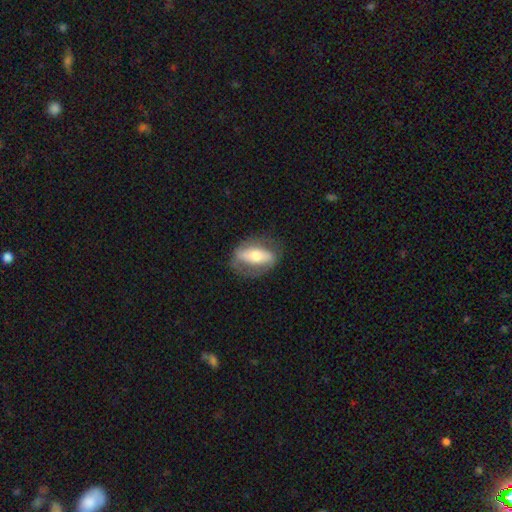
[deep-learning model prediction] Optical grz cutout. It shows a featured or disk galaxy (54%). Merging: none (72%).